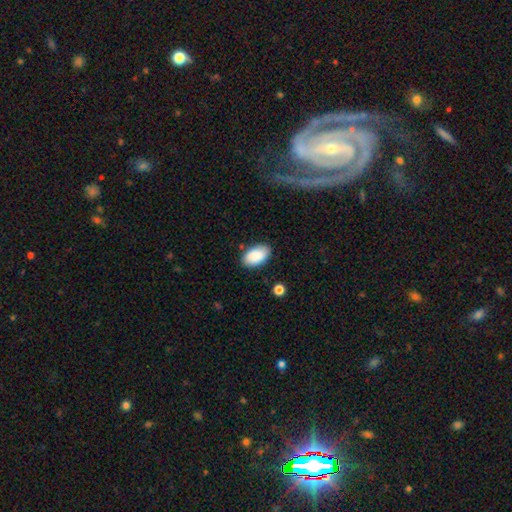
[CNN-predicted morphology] type=smooth (89%); roundness=in between (95%); merging=none (84%).